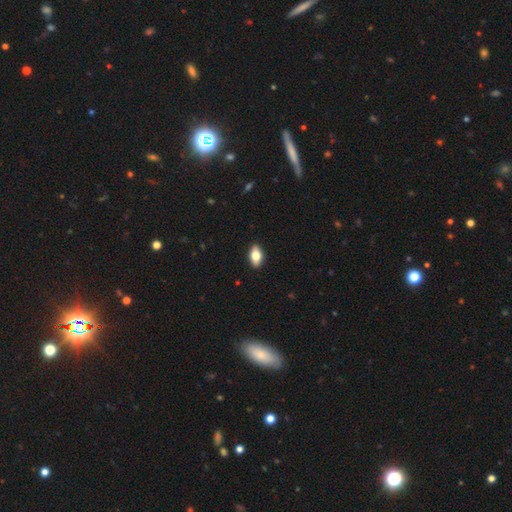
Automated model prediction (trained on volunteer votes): Overall: smooth (71%). How rounded: in between (88%). Merging: none (89%).